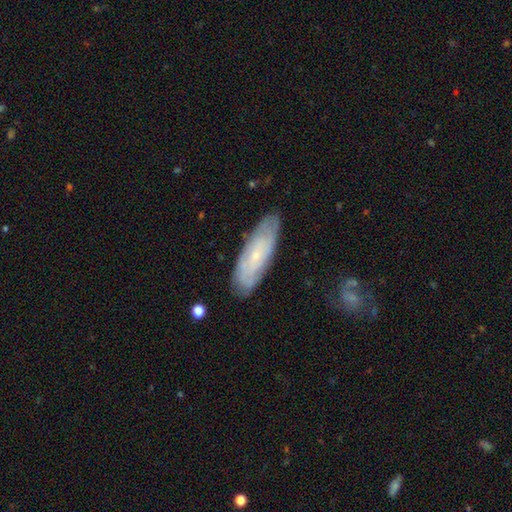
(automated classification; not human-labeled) smooth-or-featured: featured or disk: 57% | smooth: 35% | star or artifact: 7%
  disk-edge-on: no: 79% | yes: 21%
  merging: none: 82% | minor disturbance: 14% | major disturbance: 3% | merger: 1%